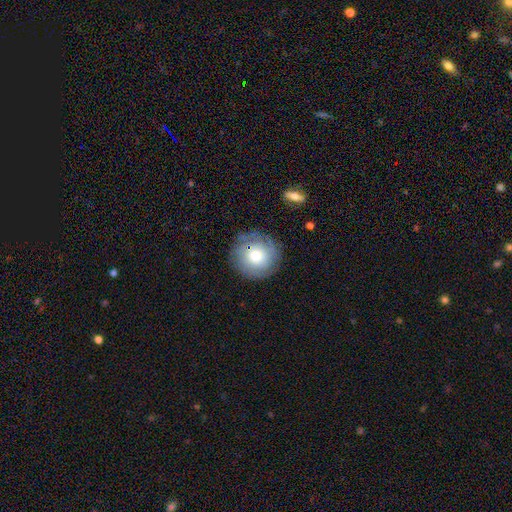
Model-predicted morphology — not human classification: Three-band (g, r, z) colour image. It shows a smooth galaxy with no disk features (53%) that is round (94%). Merging: none (82%).